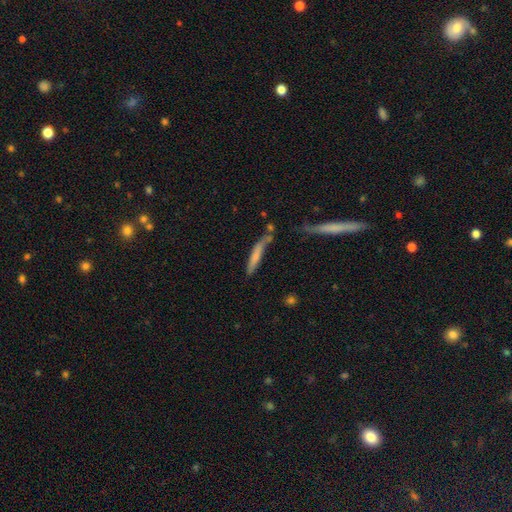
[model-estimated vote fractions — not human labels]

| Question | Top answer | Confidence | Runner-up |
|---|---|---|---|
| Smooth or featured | smooth | 64% | featured or disk (29%) |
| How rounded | cigar-shaped | 91% | in between (8%) |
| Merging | none | 53% | minor disturbance (24%) |